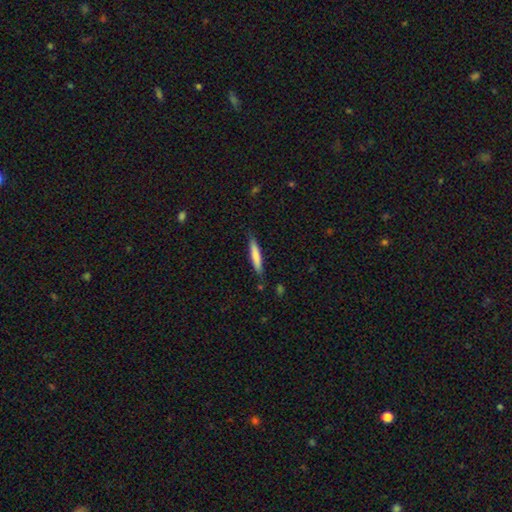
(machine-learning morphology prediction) Smooth or featured?
  - smooth: 76% *
  - featured or disk: 19%
  - star or artifact: 5%
How rounded?
  - cigar-shaped: 93% *
  - in between: 6%
  - round: 1%
Merging?
  - none: 86% *
  - minor disturbance: 10%
  - major disturbance: 2%
  - merger: 2%